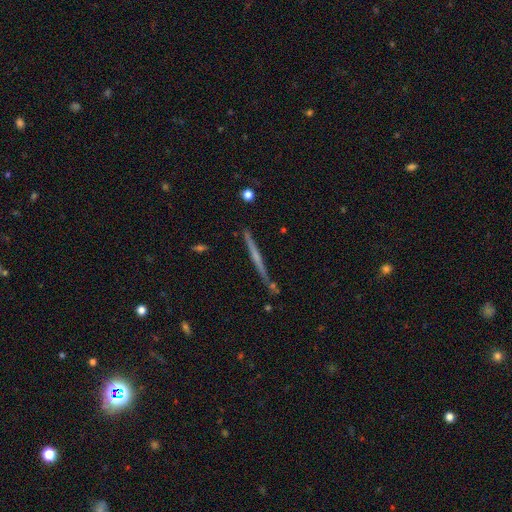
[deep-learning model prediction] This is likely a featured or disk galaxy (66%). It is clearly viewed edge-on (98%). Edge-on bulge: likely none (63%). Merging: clearly none (85%).